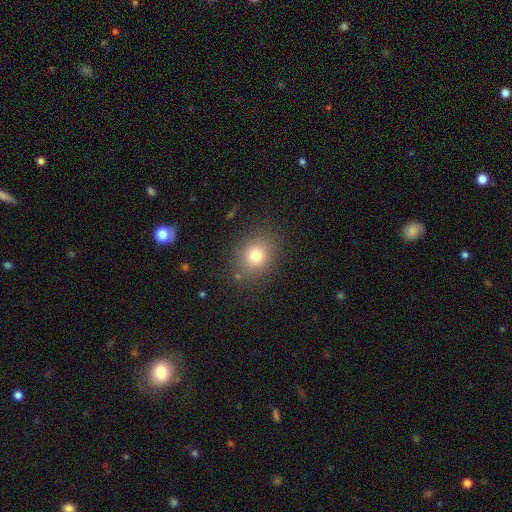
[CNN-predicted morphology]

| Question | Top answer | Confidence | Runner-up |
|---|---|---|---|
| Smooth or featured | smooth | 77% | star or artifact (13%) |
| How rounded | round | 62% | in between (37%) |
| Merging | none | 84% | minor disturbance (10%) |